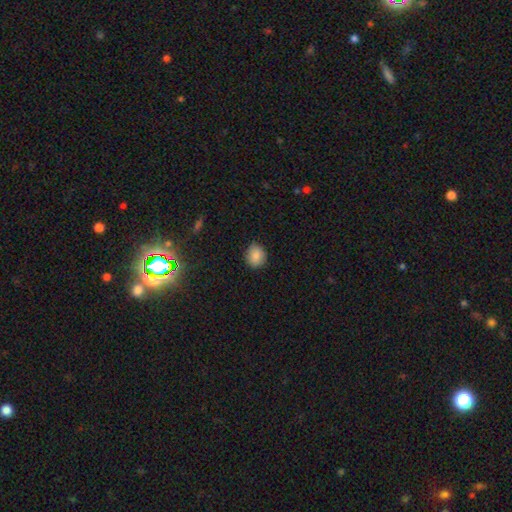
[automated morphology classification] smooth 86%, star or artifact 9%, featured or disk 6%. Down the decision tree: how rounded — round (69%); merging — none (84%).